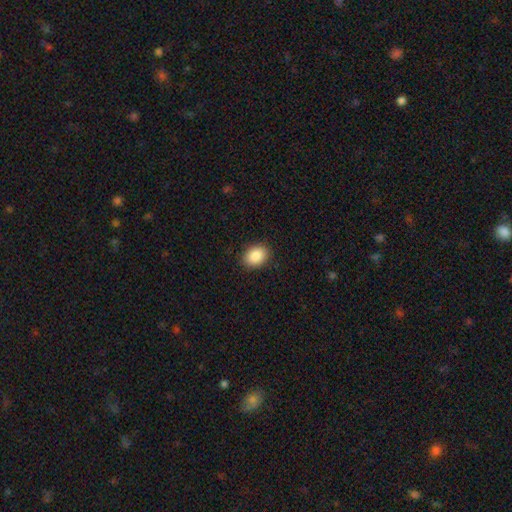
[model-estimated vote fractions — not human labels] This is clearly a smooth galaxy (87%). How rounded: likely in between (67%). Merging: clearly none (89%).